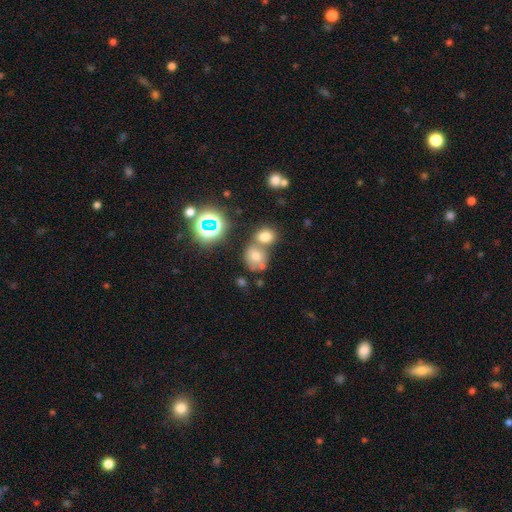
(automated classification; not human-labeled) smooth 57%, star or artifact 29%, featured or disk 15%. Down the decision tree: how rounded — round (60%); merging — none (47%).